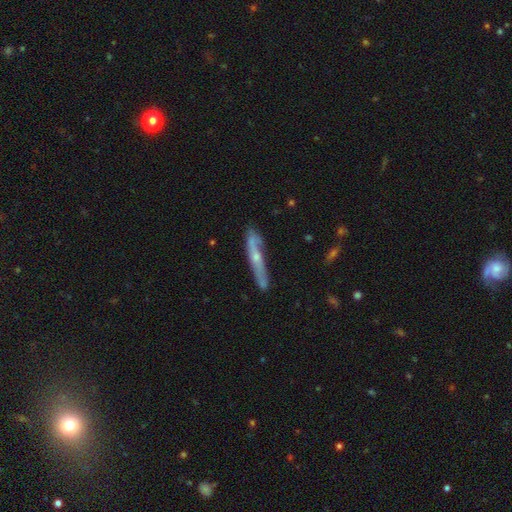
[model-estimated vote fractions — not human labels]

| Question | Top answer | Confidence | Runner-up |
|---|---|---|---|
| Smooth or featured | featured or disk | 61% | smooth (33%) |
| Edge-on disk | yes | 78% | no (22%) |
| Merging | none | 70% | minor disturbance (22%) |